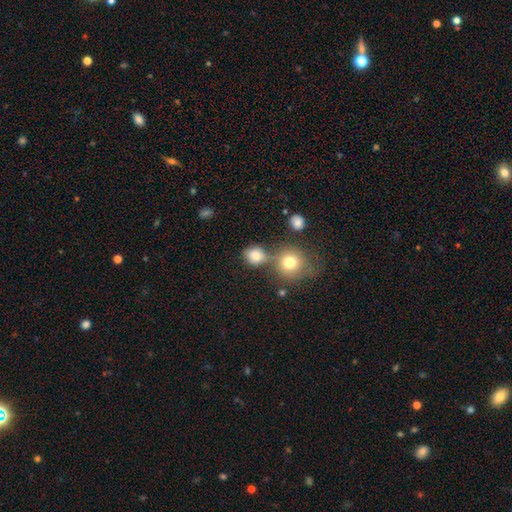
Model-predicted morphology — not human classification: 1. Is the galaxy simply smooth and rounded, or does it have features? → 79% smooth, 13% star or artifact, 8% featured or disk.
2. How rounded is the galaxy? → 83% round, 15% in between, 1% cigar-shaped.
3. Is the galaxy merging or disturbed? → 58% none, 25% merger, 12% minor disturbance, 5% major disturbance.